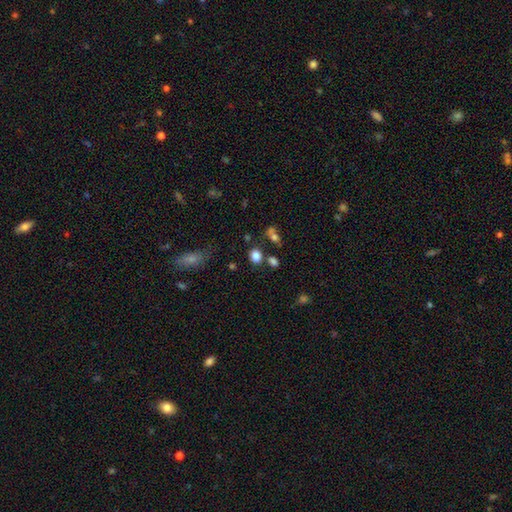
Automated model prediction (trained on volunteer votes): This is clearly a smooth galaxy (82%). How rounded: possibly round (57%). Merging: likely none (73%).